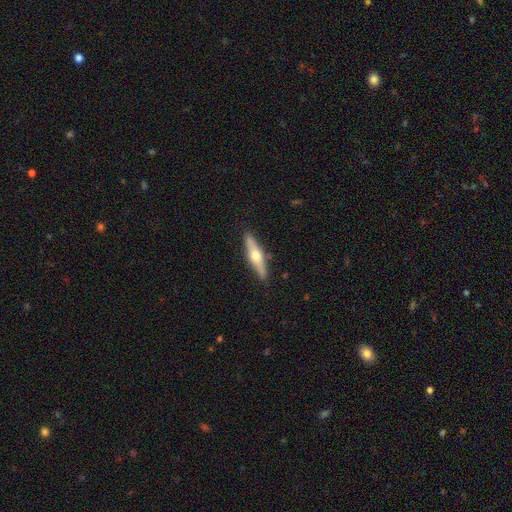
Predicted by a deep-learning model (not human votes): This is possibly a featured or disk galaxy (59%). It is clearly viewed edge-on (94%). Edge-on bulge: clearly rounded (93%). Merging: clearly none (89%).